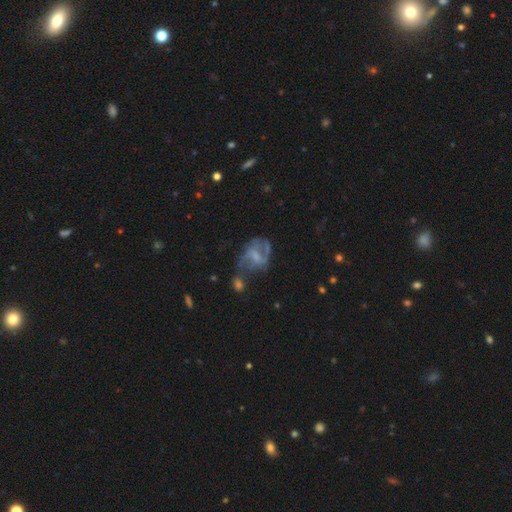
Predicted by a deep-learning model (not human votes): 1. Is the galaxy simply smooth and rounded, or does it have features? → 65% featured or disk, 25% smooth, 10% star or artifact.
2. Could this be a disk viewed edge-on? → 98% no, 2% yes.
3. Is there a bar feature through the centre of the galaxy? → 47% weak, 40% no, 13% strong.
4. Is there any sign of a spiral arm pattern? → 67% yes, 33% no.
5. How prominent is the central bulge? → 34% none, 30% small, 28% moderate, 5% large, 1% dominant.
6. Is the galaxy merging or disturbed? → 33% none, 31% major disturbance, 21% minor disturbance, 14% merger.